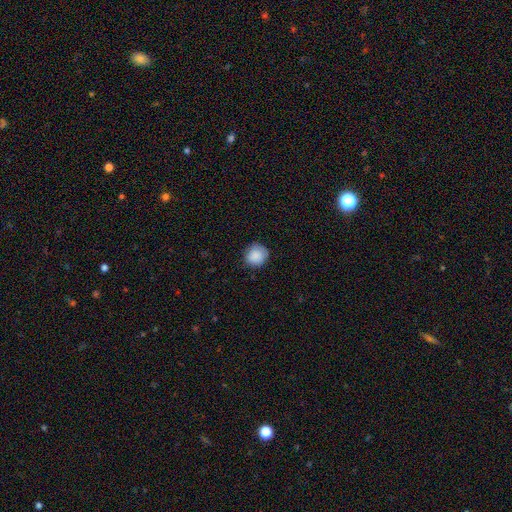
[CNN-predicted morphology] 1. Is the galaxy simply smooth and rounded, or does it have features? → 88% smooth, 7% star or artifact, 4% featured or disk.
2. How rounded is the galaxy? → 88% round, 11% in between, 1% cigar-shaped.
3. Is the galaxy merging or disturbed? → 83% none, 13% minor disturbance, 3% major disturbance, 1% merger.